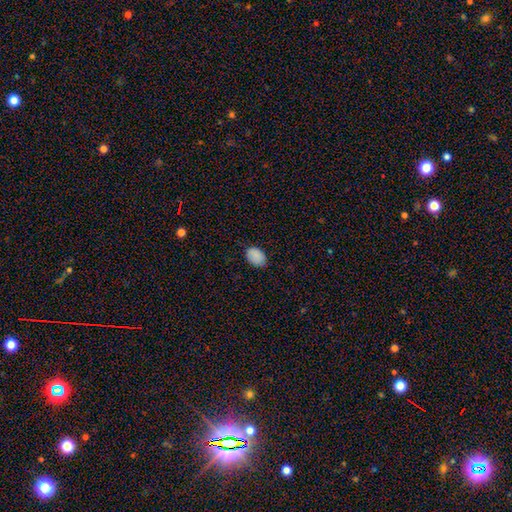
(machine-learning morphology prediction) A smooth galaxy with no disk features (88%) that is in between round and cigar-shaped (79%).

Vote fractions:
- Smooth or featured? smooth: 88% / star or artifact: 8% / featured or disk: 4%
- How rounded? in between: 79% / round: 20% / cigar-shaped: 1%
- Merging? none: 83% / minor disturbance: 14% / major disturbance: 2% / merger: 1%